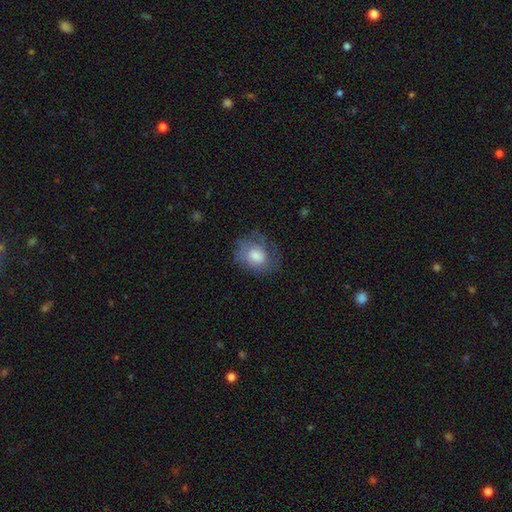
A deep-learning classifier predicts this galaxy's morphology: The model was most divided on "how rounded": round: 51%, in between: 48%, cigar-shaped: 1%. More confident: smooth or featured — smooth (65%); merging — none (60%).